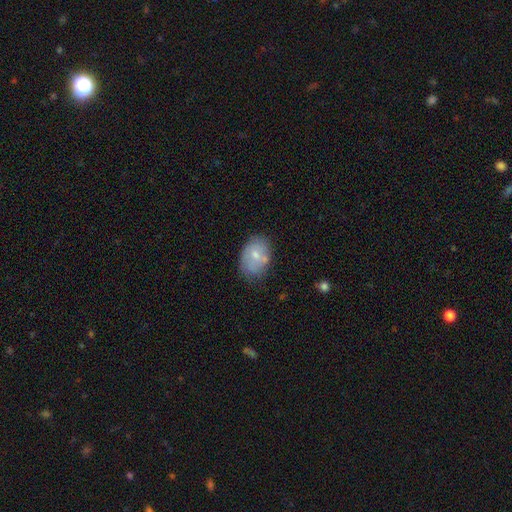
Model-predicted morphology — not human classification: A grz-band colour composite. It shows a smooth galaxy with no disk features (68%) that is in between round and cigar-shaped (77%). Merging: none (62%).